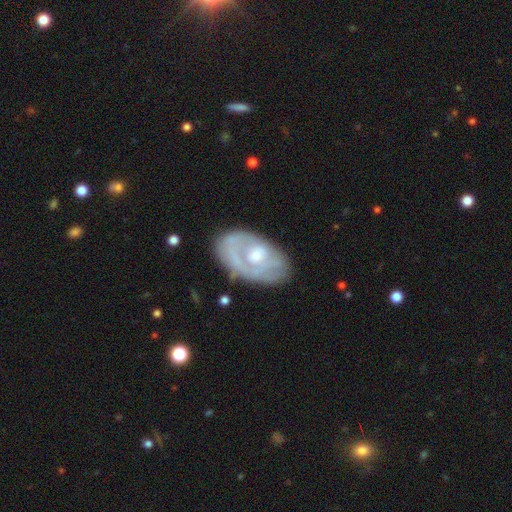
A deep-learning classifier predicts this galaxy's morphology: featured or disk 63%, smooth 31%, star or artifact 6%. Down the decision tree: edge-on disk — no (93%); bar — no (71%); spiral arms — yes (52%); bulge size — moderate (49%); merging — none (63%).